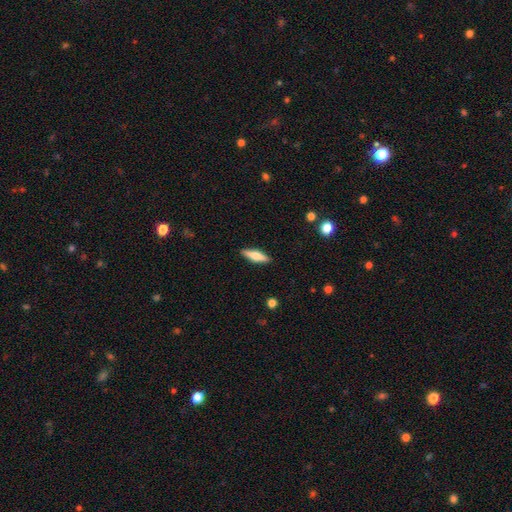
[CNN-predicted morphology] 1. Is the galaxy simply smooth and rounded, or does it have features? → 53% smooth, 41% featured or disk, 6% star or artifact.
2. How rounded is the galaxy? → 61% cigar-shaped, 37% in between, 2% round.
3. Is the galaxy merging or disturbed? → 89% none, 8% minor disturbance, 2% major disturbance, 1% merger.